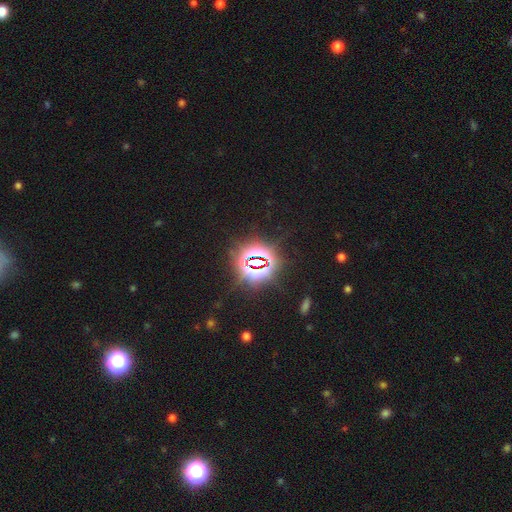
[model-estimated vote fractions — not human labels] Overall: star or artifact (84%).